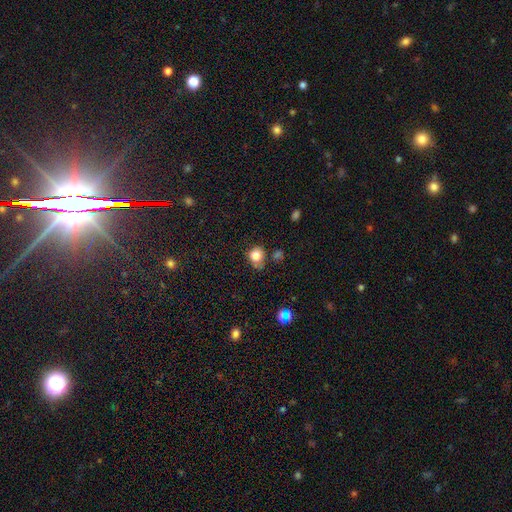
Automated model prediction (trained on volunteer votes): Smooth or featured: smooth — 80% (star or artifact — 12%)
How rounded: round — 75% (in between — 24%)
Merging: none — 58% (minor disturbance — 28%)